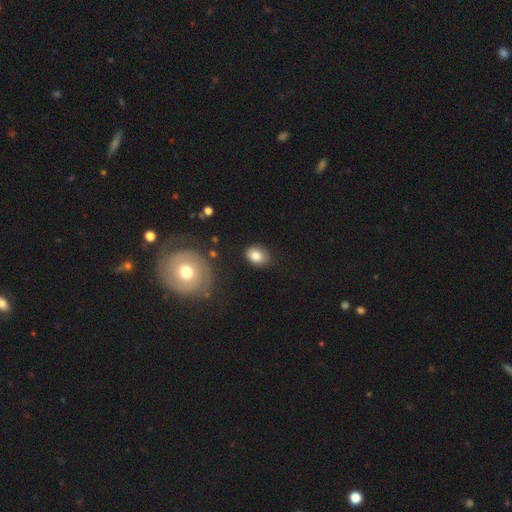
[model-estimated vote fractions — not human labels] This appears to be a smooth galaxy with no disk features (82%) that is in between round and cigar-shaped (63%). Merging: none (78%).